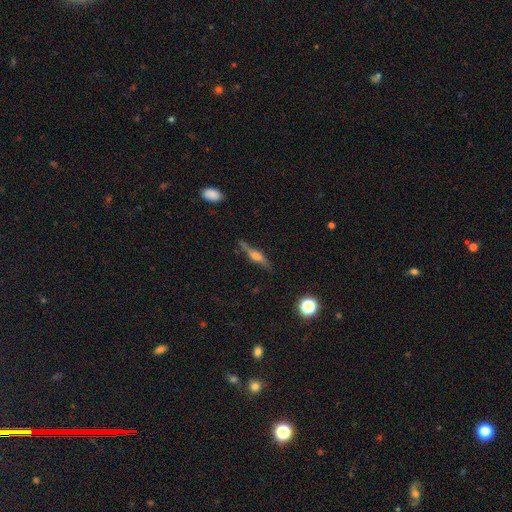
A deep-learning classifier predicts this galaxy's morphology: type=featured or disk (68%); edge-on=yes (95%); edge-on bulge=rounded (84%); merging=none (78%).